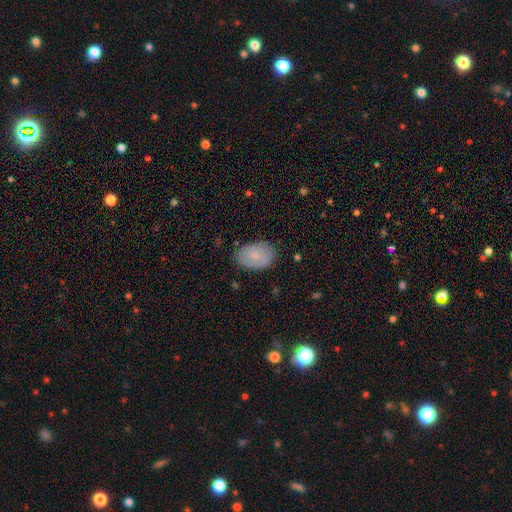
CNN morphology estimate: A smooth galaxy with no disk features (70%) that is in between round and cigar-shaped (81%).

Vote fractions:
- Smooth or featured? smooth: 70% / featured or disk: 23% / star or artifact: 7%
- How rounded? in between: 81% / round: 18% / cigar-shaped: 1%
- Merging? none: 80% / minor disturbance: 16% / major disturbance: 3% / merger: 1%